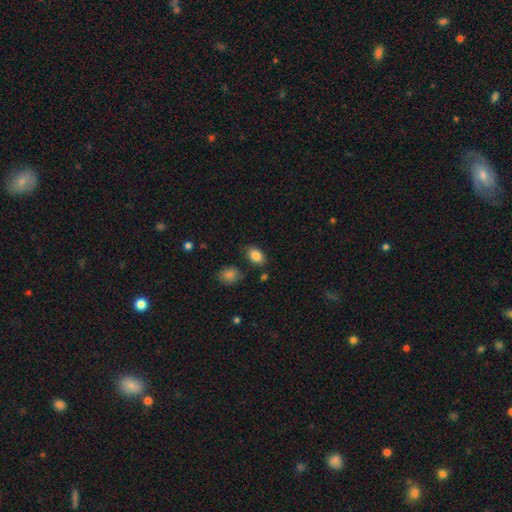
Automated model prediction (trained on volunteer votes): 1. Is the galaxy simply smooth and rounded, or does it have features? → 86% smooth, 8% star or artifact, 6% featured or disk.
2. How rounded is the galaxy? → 86% in between, 13% round, 1% cigar-shaped.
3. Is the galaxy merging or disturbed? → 81% none, 12% minor disturbance, 4% merger, 3% major disturbance.